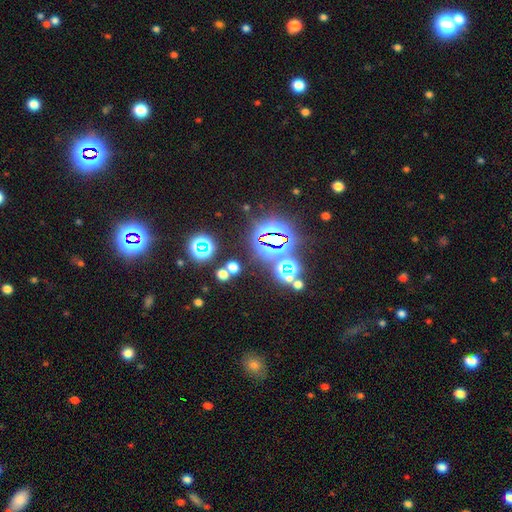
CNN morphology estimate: Smooth or featured?
  - star or artifact: 80% *
  - smooth: 12%
  - featured or disk: 8%